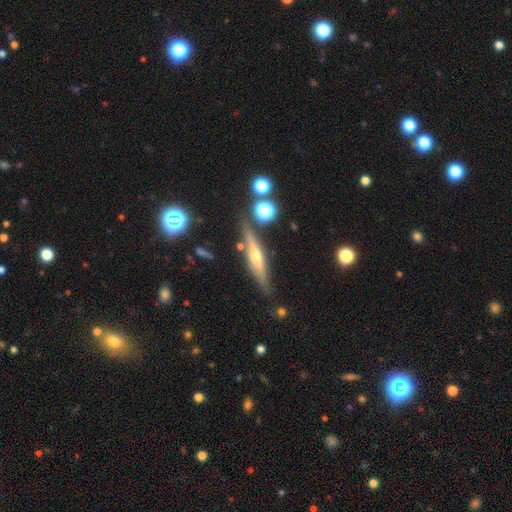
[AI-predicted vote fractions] A featured or disk galaxy (69%) viewed edge-on (95%) with a rounded central bulge (84%). Merging: none (82%).